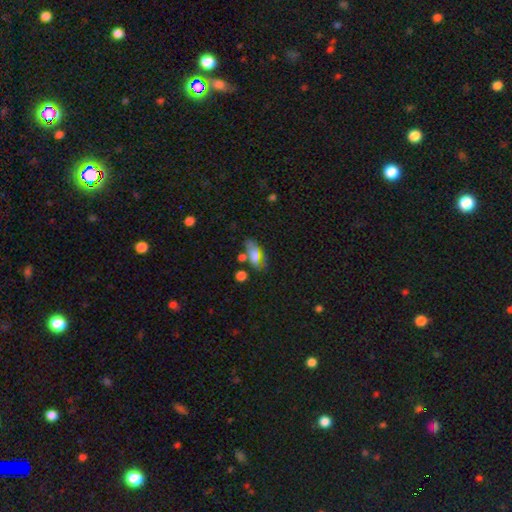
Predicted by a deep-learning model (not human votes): This appears to be a smooth galaxy with no disk features (60%) that is in between round and cigar-shaped (83%). Merging: none (51%).